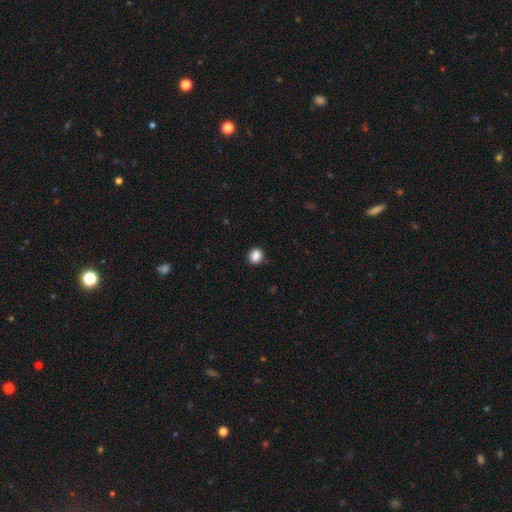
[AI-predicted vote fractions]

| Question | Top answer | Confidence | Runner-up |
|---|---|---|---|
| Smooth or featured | smooth | 87% | star or artifact (10%) |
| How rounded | round | 73% | in between (26%) |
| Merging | none | 88% | minor disturbance (9%) |